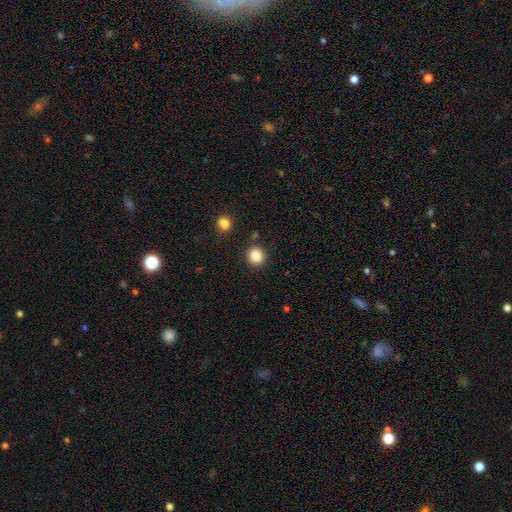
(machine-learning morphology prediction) Smooth or featured? Predicted: smooth (p=0.86). How rounded? Predicted: round (p=0.83). Merging? Predicted: none (p=0.87).